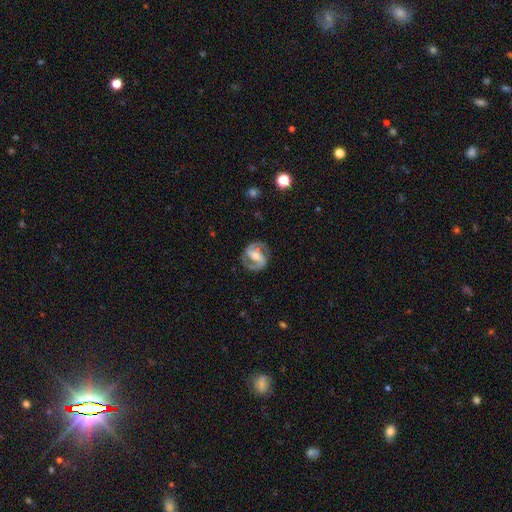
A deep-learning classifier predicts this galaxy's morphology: smooth_or_featured: featured or disk (p=0.90) [alt: smooth p=0.06]
disk_edge_on: no (p=0.98) [alt: yes p=0.02]
bar: strong (p=0.50) [alt: weak p=0.33]
has_spiral_arms: yes (p=0.97) [alt: no p=0.03]
spiral_winding: medium (p=0.54) [alt: tight p=0.32]
spiral_arm_count: 2 (p=0.93) [alt: can't tell p=0.02]
bulge_size: moderate (p=0.56) [alt: small p=0.38]
merging: none (p=0.83) [alt: minor disturbance p=0.11]